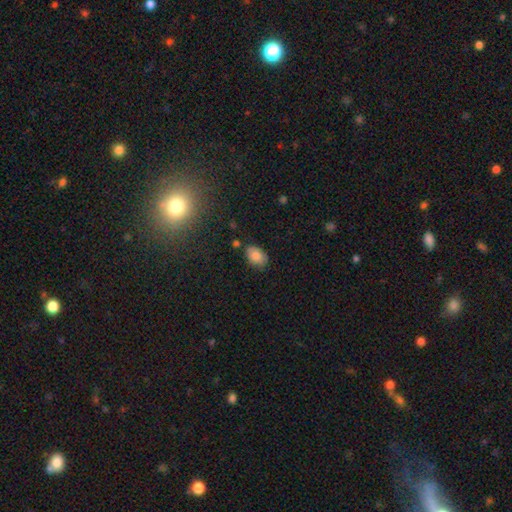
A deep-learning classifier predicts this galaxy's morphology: This appears to be a smooth galaxy with no disk features (85%) that is in between round and cigar-shaped (88%). Merging: none (74%).